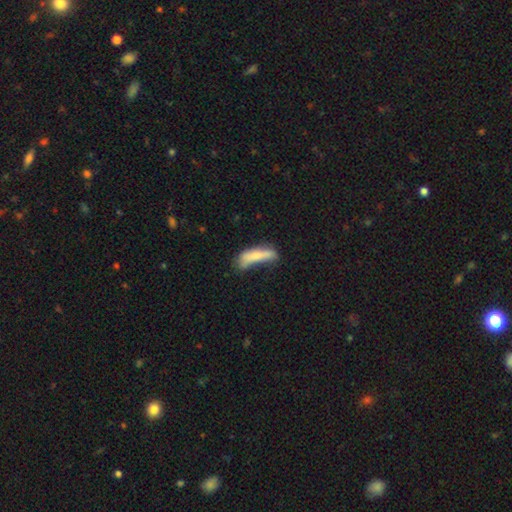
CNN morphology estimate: smooth 70%, featured or disk 22%, star or artifact 8%. Down the decision tree: how rounded — cigar-shaped (67%); merging — none (36%).